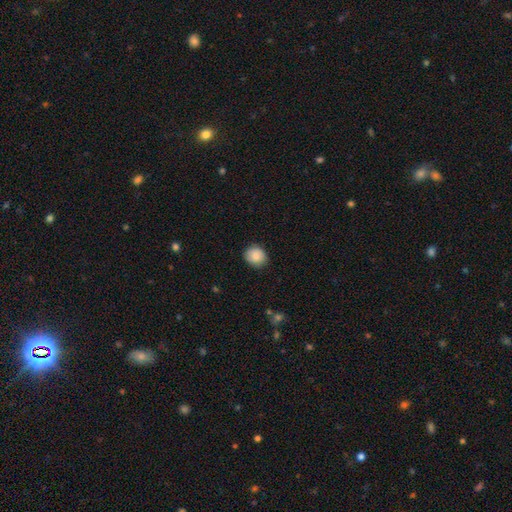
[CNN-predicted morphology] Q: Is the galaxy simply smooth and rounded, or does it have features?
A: smooth — 86%.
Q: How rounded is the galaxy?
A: round — 78%.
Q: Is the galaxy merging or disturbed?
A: none — 84%.